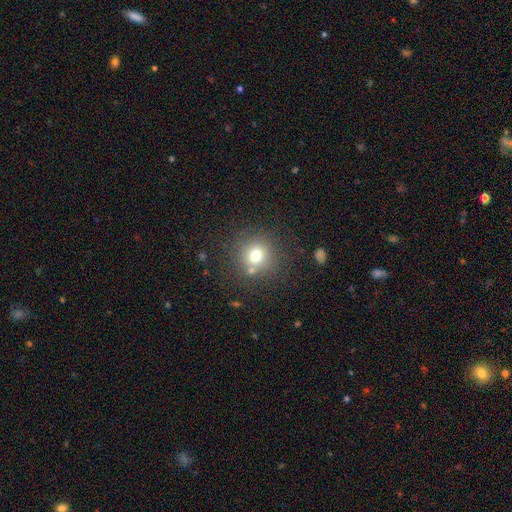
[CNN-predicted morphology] Smooth or featured? smooth (72%)
How rounded? round (90%)
Merging? none (75%)